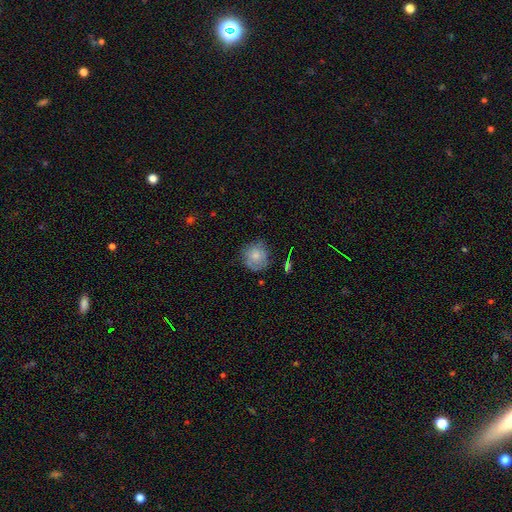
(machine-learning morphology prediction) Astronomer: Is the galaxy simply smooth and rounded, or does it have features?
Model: smooth — 69%.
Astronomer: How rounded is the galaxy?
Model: round — 87%.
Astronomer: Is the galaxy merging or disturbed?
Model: none — 67%.